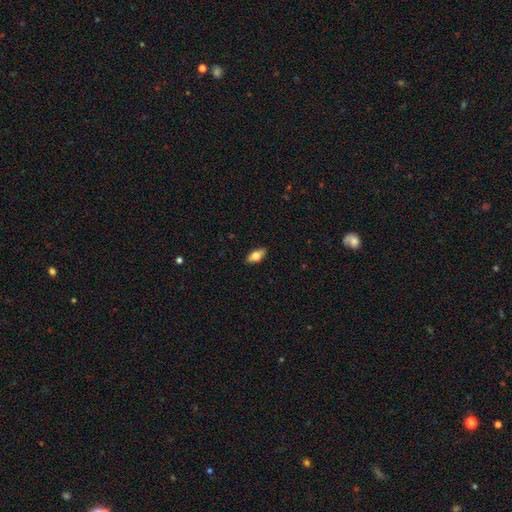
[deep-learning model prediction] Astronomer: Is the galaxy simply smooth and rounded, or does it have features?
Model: smooth — 65%.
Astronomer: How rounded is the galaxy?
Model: in between — 83%.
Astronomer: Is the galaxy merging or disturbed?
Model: none — 88%.